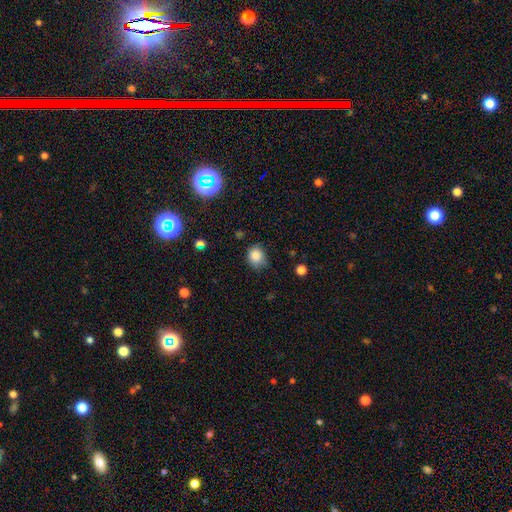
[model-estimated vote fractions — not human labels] Smooth or featured? Predicted: smooth (p=0.84). How rounded? Predicted: round (p=0.67). Merging? Predicted: none (p=0.66).